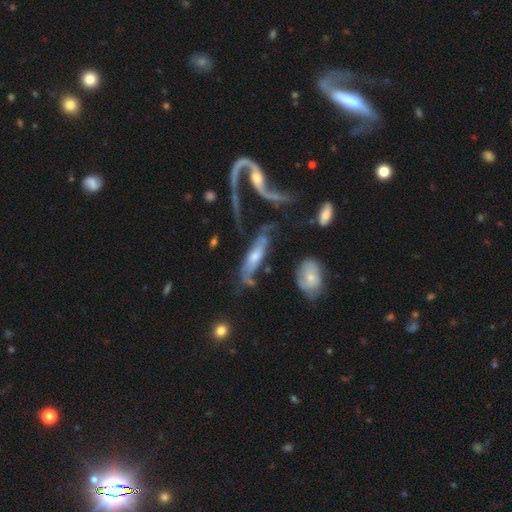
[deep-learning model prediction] Smooth or featured: featured or disk — 70% (smooth — 21%)
Edge-on disk: no — 74% (yes — 26%)
Bar: no — 55% (weak — 30%)
Spiral arms: yes — 79% (no — 21%)
Bulge size: moderate — 43% (small — 42%)
Merging: none — 37% (major disturbance — 26%)